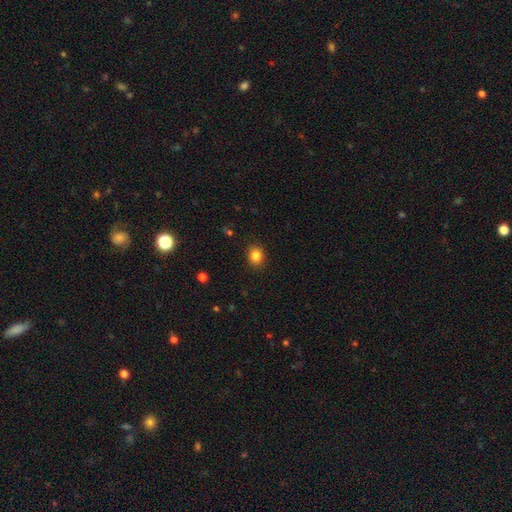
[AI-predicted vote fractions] A smooth galaxy with no disk features (84%) that is round (63%). Merging: none (88%).